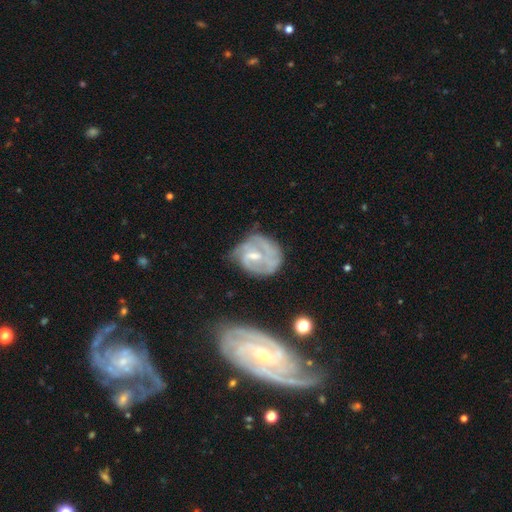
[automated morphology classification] This appears to be a featured or disk galaxy (76%) with a weak bar (51%), 2 (35%) tight (49%) spiral arms (84%) and a moderate central bulge (44%, tied with small). Merging: none (46%).